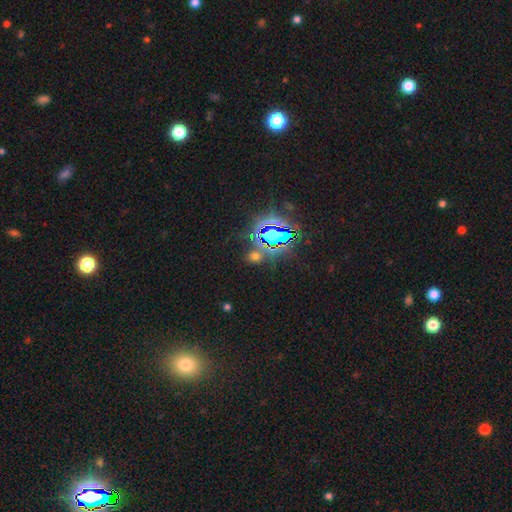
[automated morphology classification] Overall: star or artifact (59%; smooth 33%).